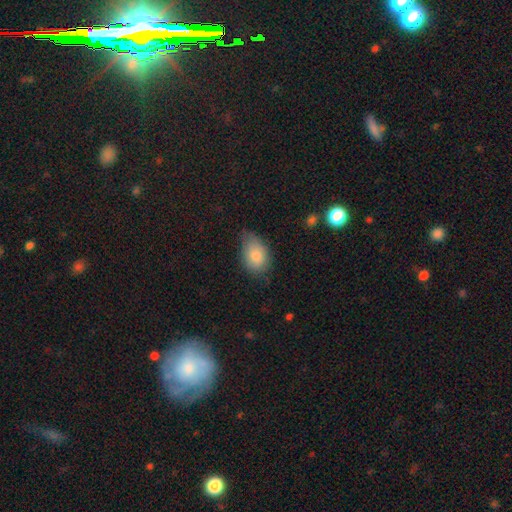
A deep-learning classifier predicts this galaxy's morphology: Smooth or featured? Predicted: smooth (p=0.80). How rounded? Predicted: in between (p=0.81). Merging? Predicted: none (p=0.49).